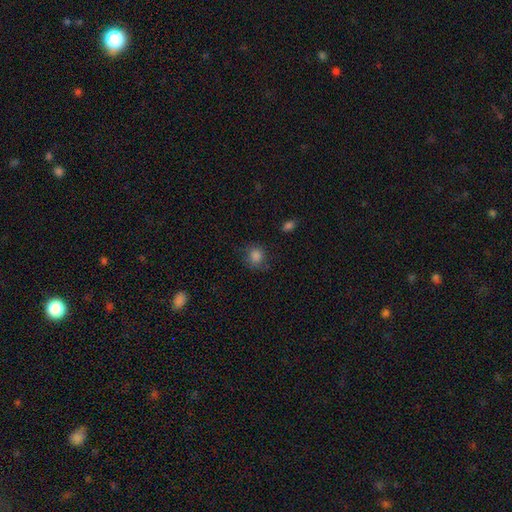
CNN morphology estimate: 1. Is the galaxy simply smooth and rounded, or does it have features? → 83% smooth, 10% star or artifact, 7% featured or disk.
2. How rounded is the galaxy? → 80% round, 19% in between, 1% cigar-shaped.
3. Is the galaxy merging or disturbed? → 71% none, 20% minor disturbance, 7% major disturbance, 2% merger.